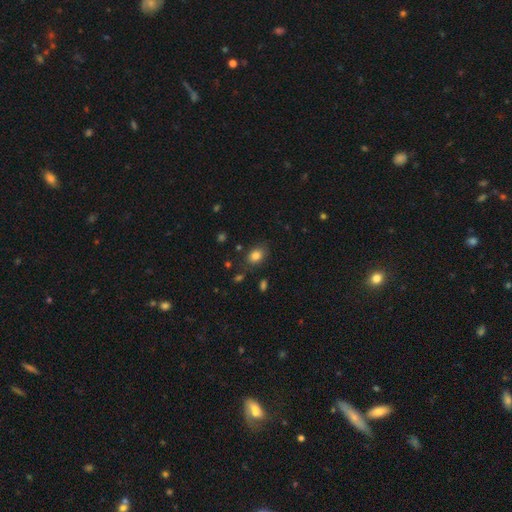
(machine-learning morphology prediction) smooth_or_featured: smooth (p=0.82) [alt: star or artifact p=0.10]
how_rounded: in between (p=0.72) [alt: round p=0.27]
merging: none (p=0.79) [alt: minor disturbance p=0.14]